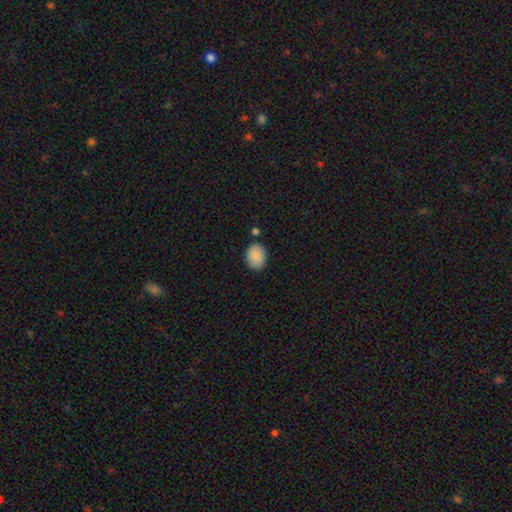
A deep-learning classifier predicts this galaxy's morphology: Smooth or featured: smooth — 88% (star or artifact — 7%)
How rounded: in between — 67% (round — 32%)
Merging: none — 79% (minor disturbance — 13%)